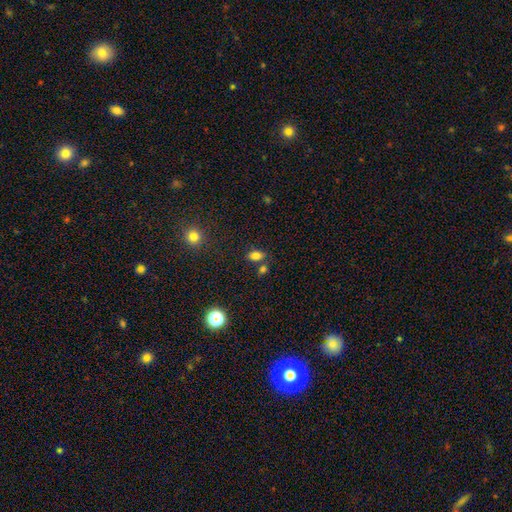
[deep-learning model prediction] Smooth or featured? smooth (80%)
How rounded? in between (83%)
Merging? none (69%)